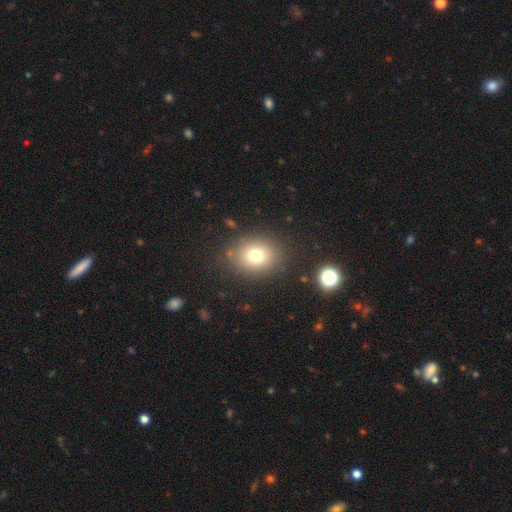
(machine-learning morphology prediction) The model was most divided on "how rounded": round: 60%, in between: 39%, cigar-shaped: 1%. More confident: merging — none (84%); smooth or featured — smooth (75%).